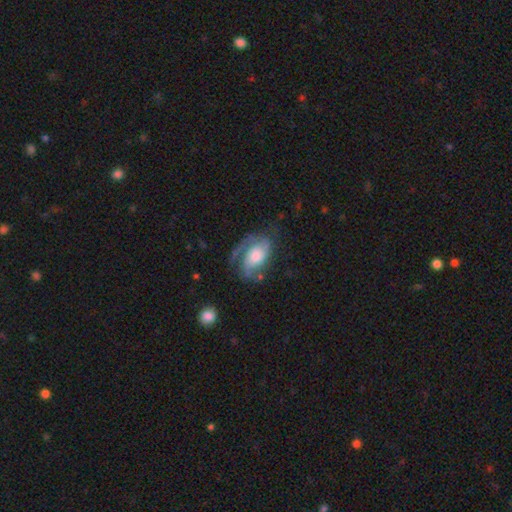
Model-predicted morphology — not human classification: Overall: featured or disk (75%). Edge-on disk: no (96%). Bar: no (65%; weak 27%). Spiral arms: yes (92%). Spiral arm count: 2 (56%; 1 19%). Spiral winding: medium (44%; tight 34%). Bulge size: moderate (44%; large 25%). Merging: none (53%; minor disturbance 23%).